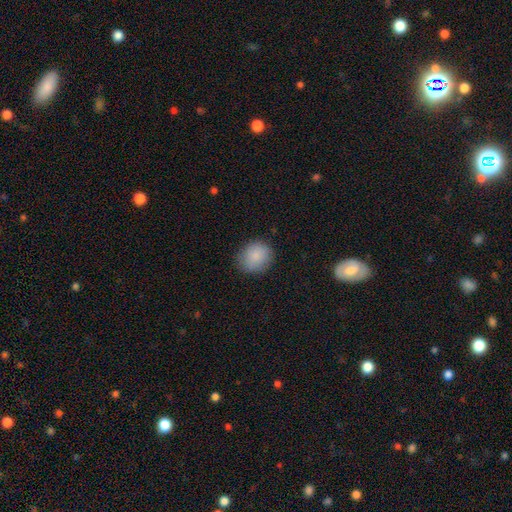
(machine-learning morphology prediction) This is clearly a smooth galaxy (87%). How rounded: likely round (72%). Merging: clearly none (81%).